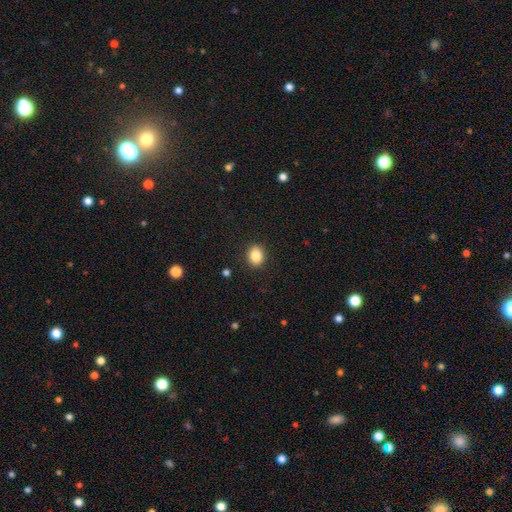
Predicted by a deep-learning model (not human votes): This is clearly a smooth galaxy (85%). How rounded: possibly round (60%). Merging: clearly none (90%).